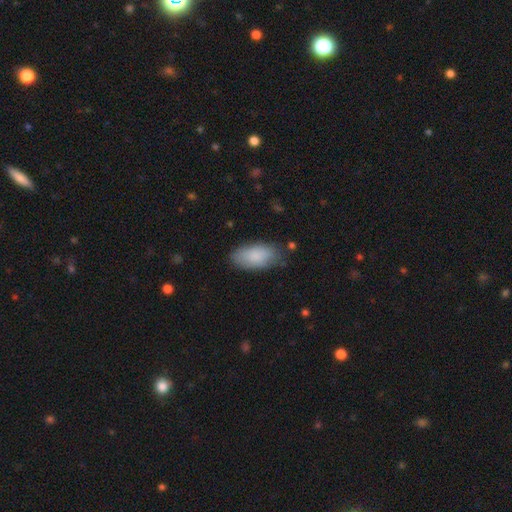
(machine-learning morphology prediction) Overall: smooth (86%). How rounded: in between (92%). Merging: none (76%).